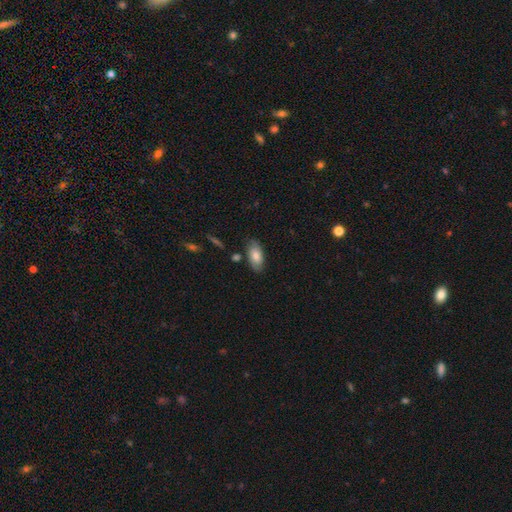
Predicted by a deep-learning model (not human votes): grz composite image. It shows a smooth galaxy with no disk features (65%) that is in between round and cigar-shaped (91%). Merging: none (78%).